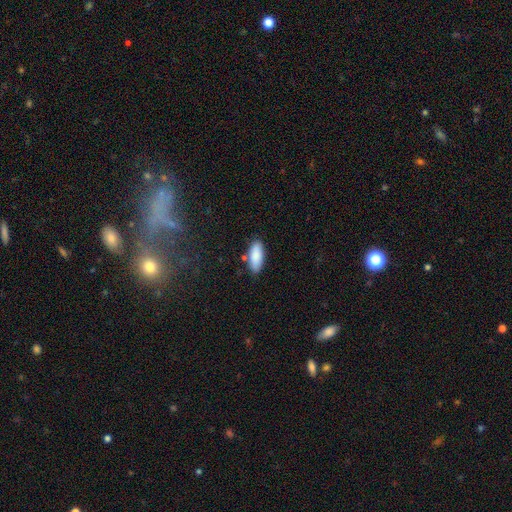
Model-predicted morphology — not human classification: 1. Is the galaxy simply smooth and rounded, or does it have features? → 88% smooth, 6% star or artifact, 6% featured or disk.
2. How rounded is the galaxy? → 81% in between, 17% cigar-shaped, 2% round.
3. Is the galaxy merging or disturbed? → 82% none, 13% minor disturbance, 3% merger, 3% major disturbance.